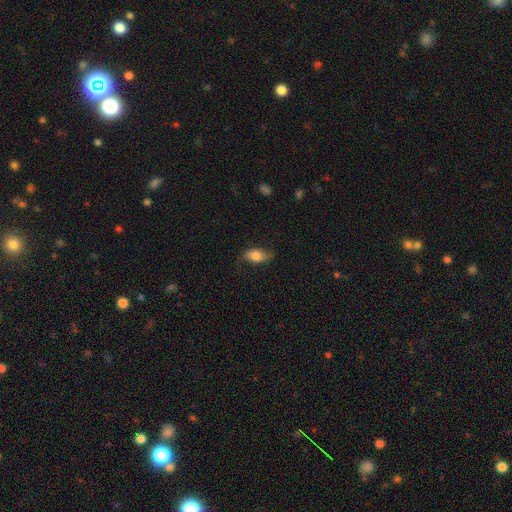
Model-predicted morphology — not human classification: type=smooth (76%); roundness=in between (88%); merging=none (70%).